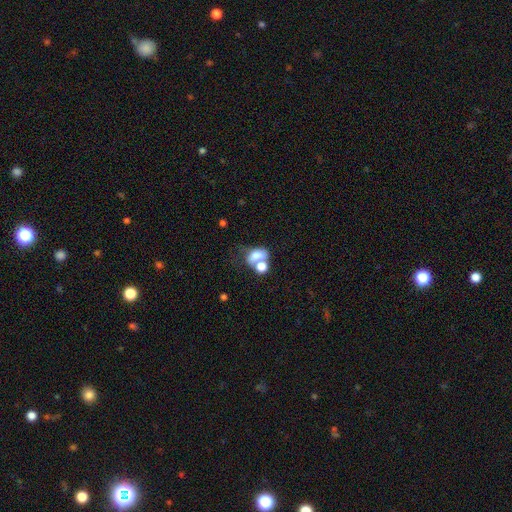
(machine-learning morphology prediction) The model was most divided on "merging": merger: 57%, none: 20%, major disturbance: 13%, minor disturbance: 10%. More confident: how rounded — in between (74%); smooth or featured — smooth (67%).